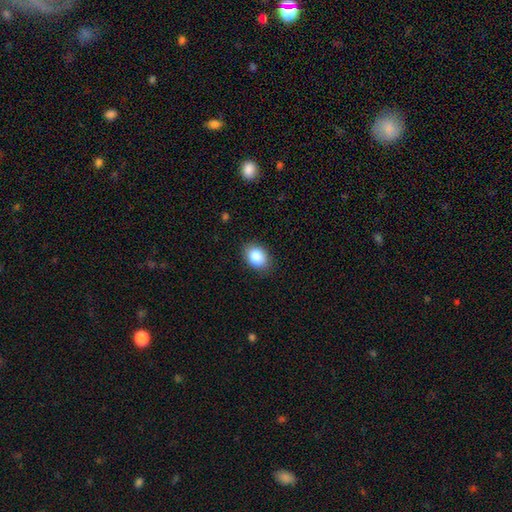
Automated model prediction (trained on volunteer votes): Smooth or featured: smooth — 86% (star or artifact — 8%)
How rounded: in between — 74% (round — 26%)
Merging: none — 86% (minor disturbance — 11%)